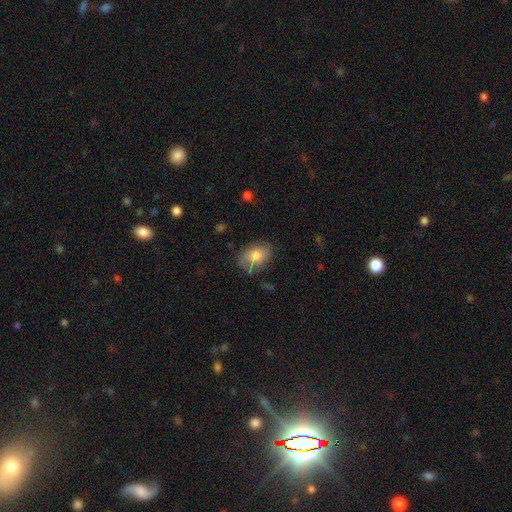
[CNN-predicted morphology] Overall: smooth (76%). How rounded: in between (77%). Merging: none (70%).